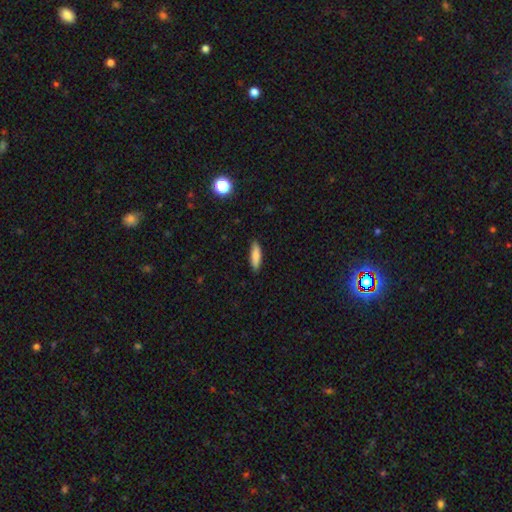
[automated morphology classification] A smooth galaxy with no disk features (84%) that is cigar-shaped (61%).

Vote fractions:
- Smooth or featured? smooth: 84% / featured or disk: 10% / star or artifact: 7%
- How rounded? cigar-shaped: 61% / in between: 38% / round: 2%
- Merging? none: 88% / minor disturbance: 9% / major disturbance: 2% / merger: 1%